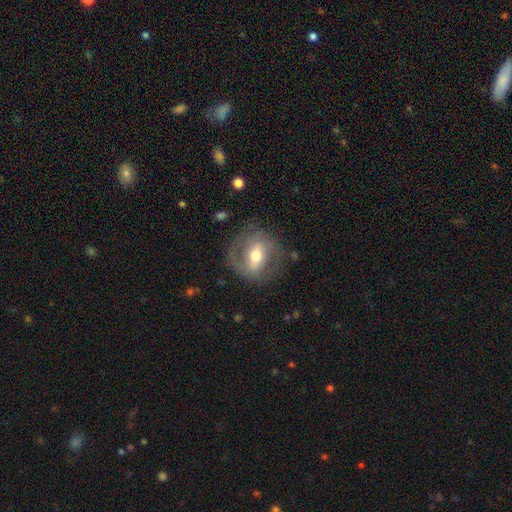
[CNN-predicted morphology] featured or disk 67%, smooth 27%, star or artifact 7%. Down the decision tree: edge-on disk — no (91%); bar — strong (48%); spiral arms — yes (60%); bulge size — moderate (70%); merging — none (75%).